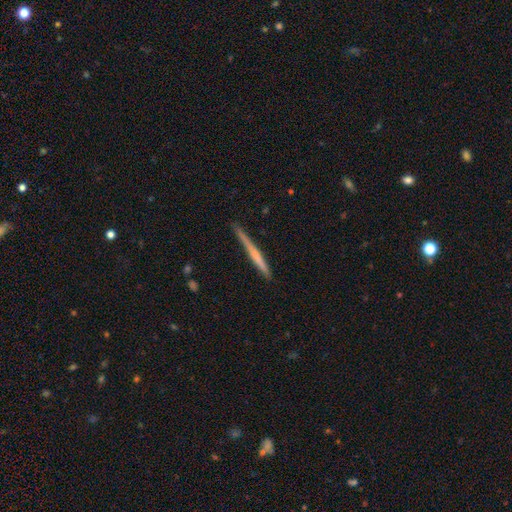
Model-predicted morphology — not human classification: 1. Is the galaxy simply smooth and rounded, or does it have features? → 48% smooth, 46% featured or disk, 6% star or artifact.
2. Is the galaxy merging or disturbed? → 83% none, 13% minor disturbance, 2% major disturbance, 2% merger.